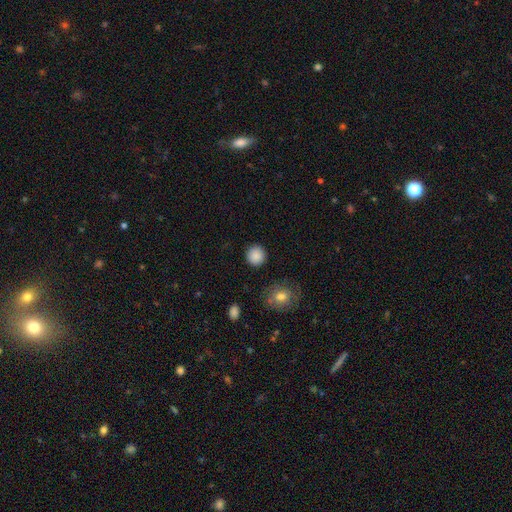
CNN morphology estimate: Smooth or featured? smooth (88%)
How rounded? round (93%)
Merging? none (91%)